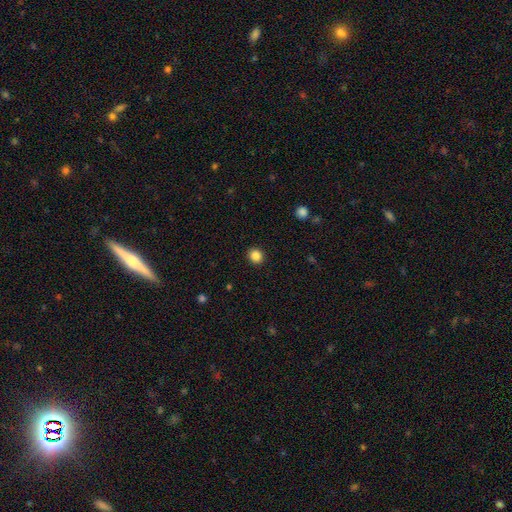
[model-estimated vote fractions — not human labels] This is clearly a smooth galaxy (85%). How rounded: clearly round (86%). Merging: clearly none (92%).